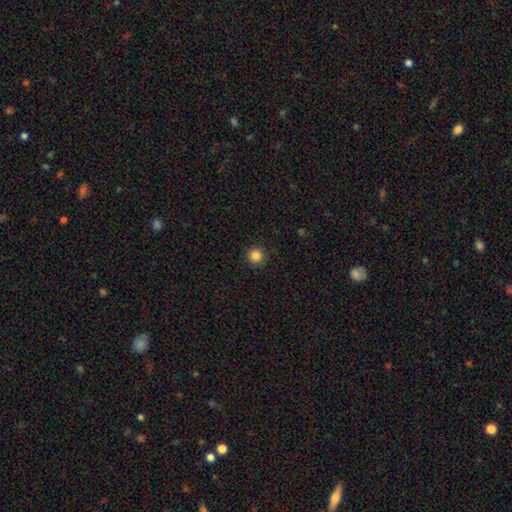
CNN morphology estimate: smooth-or-featured: smooth: 84% | star or artifact: 12% | featured or disk: 4%
  how-rounded: round: 96% | in between: 3% | cigar-shaped: 1%
  merging: none: 93% | minor disturbance: 5% | major disturbance: 2% | merger: 1%